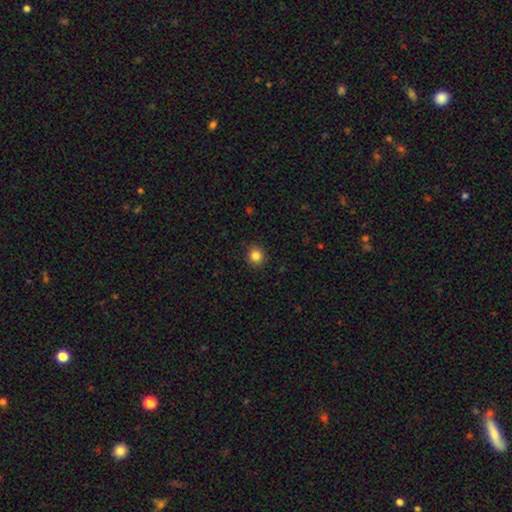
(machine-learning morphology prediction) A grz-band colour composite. It shows a smooth galaxy with no disk features (85%) that is round (91%). Merging: none (92%).